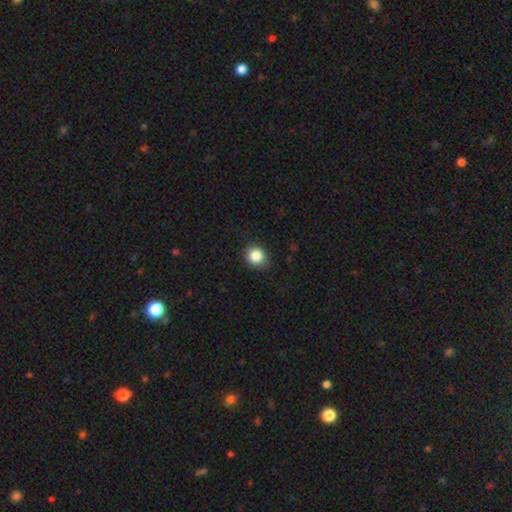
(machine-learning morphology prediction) Overall: smooth (85%). How rounded: round (81%). Merging: none (84%).